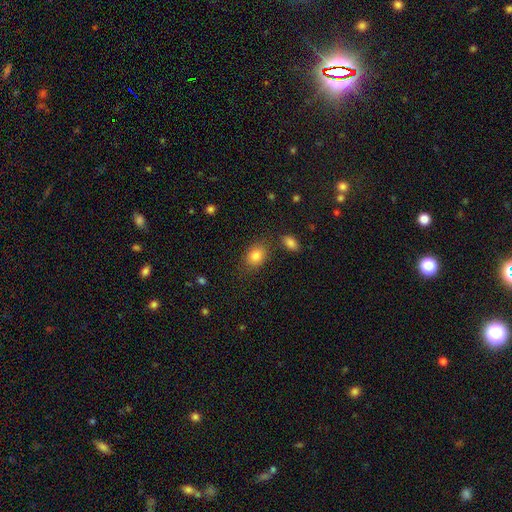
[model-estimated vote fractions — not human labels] Overall: smooth (83%). How rounded: in between (70%). Merging: none (74%).